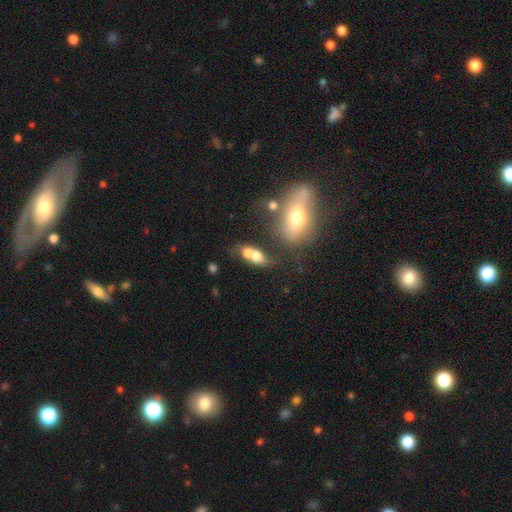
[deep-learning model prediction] This is likely a smooth galaxy (65%). How rounded: likely in between (65%). Merging: possibly merger (58%).